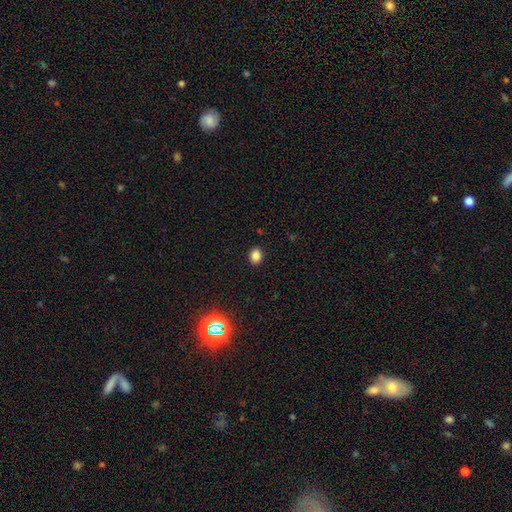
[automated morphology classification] Overall: smooth (83%). How rounded: in between (55%; round 44%). Merging: none (90%).